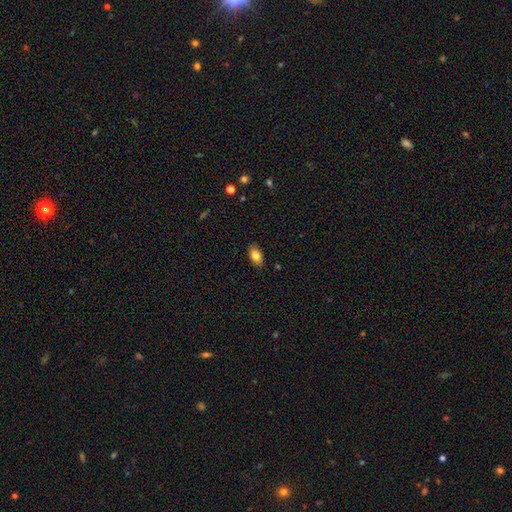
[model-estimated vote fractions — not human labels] A smooth galaxy with no disk features (81%) that is in between round and cigar-shaped (90%). Merging: none (87%).